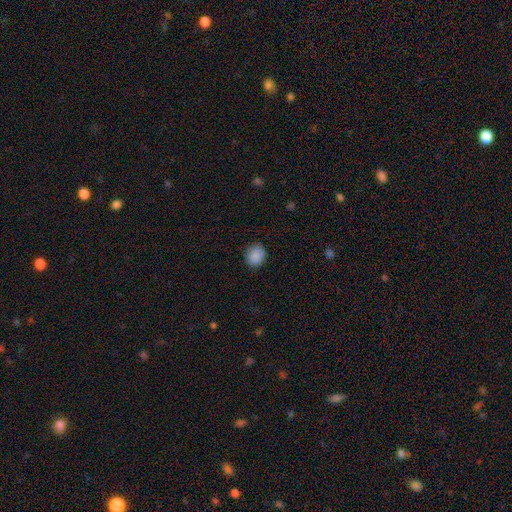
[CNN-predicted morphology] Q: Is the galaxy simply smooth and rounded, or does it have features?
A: smooth — 88%.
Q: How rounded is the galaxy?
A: round — 73%.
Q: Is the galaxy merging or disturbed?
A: none — 87%.